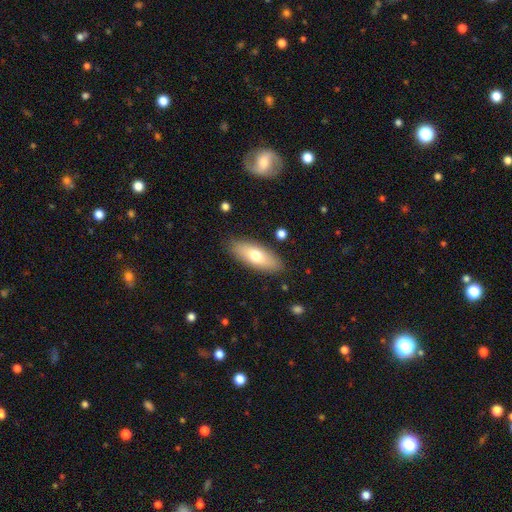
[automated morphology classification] smooth 68%, featured or disk 26%, star or artifact 6%. Down the decision tree: how rounded — in between (71%); merging — none (87%).